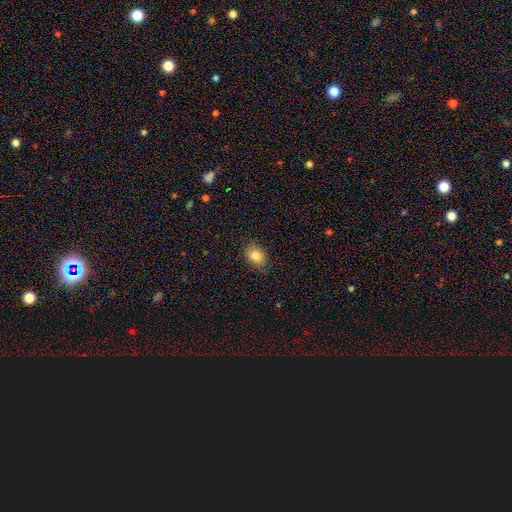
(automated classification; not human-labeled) This appears to be a smooth galaxy with no disk features (84%) that is in between round and cigar-shaped (71%). Merging: none (83%).